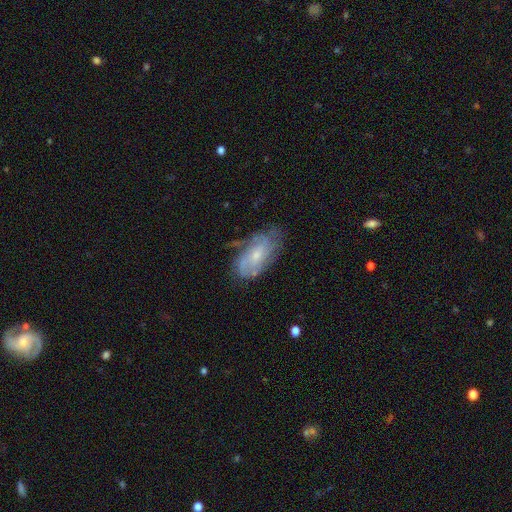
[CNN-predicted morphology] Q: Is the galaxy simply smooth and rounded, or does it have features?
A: featured or disk — 71%.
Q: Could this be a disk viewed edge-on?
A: no — 94%.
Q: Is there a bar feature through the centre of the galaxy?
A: no — 66%.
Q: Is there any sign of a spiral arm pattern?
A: yes — 86%.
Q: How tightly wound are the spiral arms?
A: tight — 50%.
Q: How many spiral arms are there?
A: can't tell — 44%.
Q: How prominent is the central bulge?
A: small — 60%.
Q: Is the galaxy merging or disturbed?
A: none — 63%.